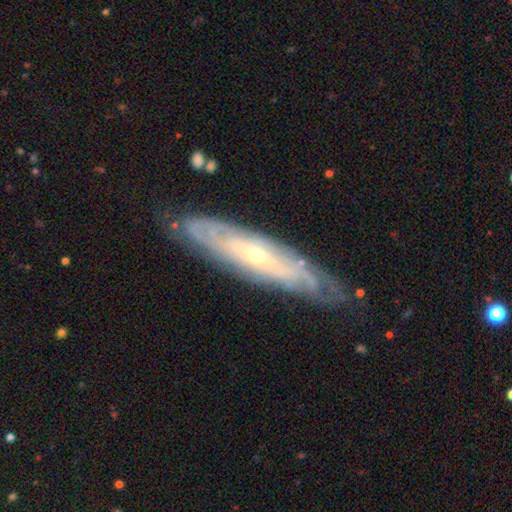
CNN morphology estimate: featured or disk 81%, smooth 13%, star or artifact 6%. Down the decision tree: edge-on disk — no (67%); bar — no (73%); spiral arms — yes (87%); bulge size — small (70%); merging — none (80%).